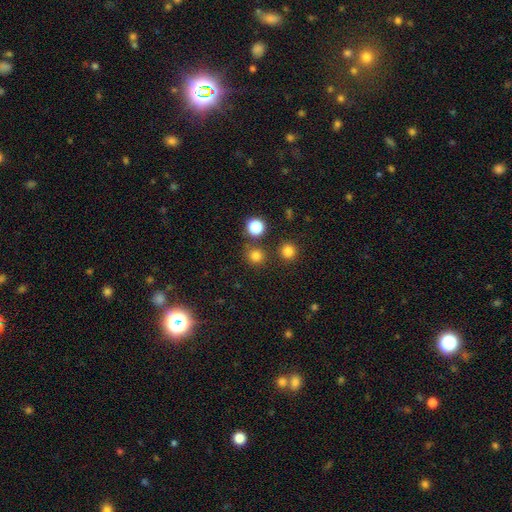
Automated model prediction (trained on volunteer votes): smooth-or-featured: smooth: 77% | star or artifact: 18% | featured or disk: 5%
  how-rounded: round: 92% | in between: 7% | cigar-shaped: 1%
  merging: none: 81% | merger: 9% | minor disturbance: 7% | major disturbance: 3%